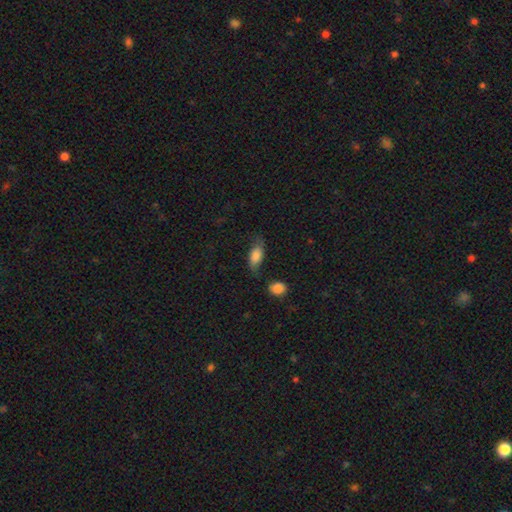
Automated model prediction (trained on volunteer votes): Morphology: type=smooth (71%); roundness=in between (84%); merging=none (59%).